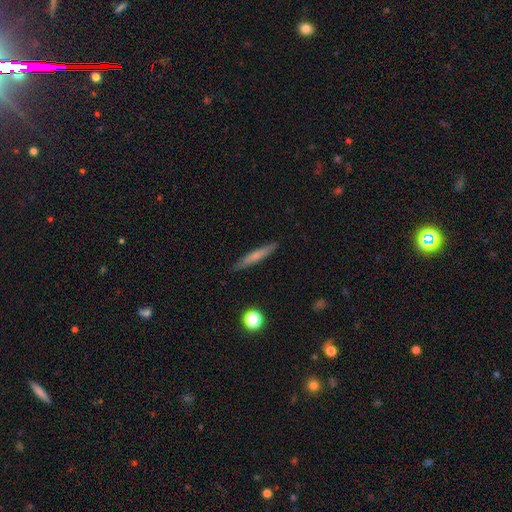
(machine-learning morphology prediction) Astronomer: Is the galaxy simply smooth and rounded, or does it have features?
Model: smooth — 60%.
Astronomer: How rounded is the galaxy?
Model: cigar-shaped — 94%.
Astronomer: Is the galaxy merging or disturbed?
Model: none — 88%.